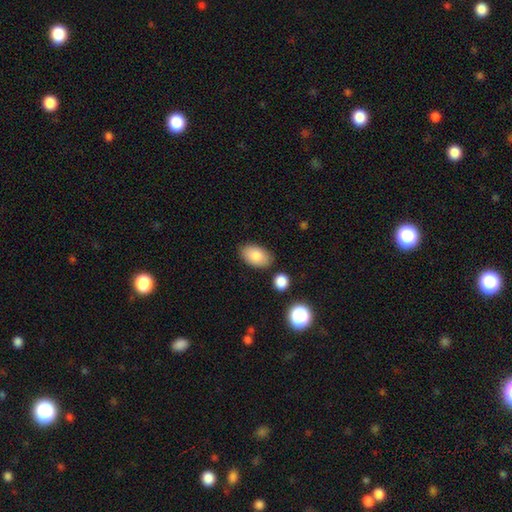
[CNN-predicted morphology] The model was most divided on "merging": none: 80%, minor disturbance: 13%, merger: 4%, major disturbance: 3%. More confident: how rounded — in between (93%); smooth or featured — smooth (85%).